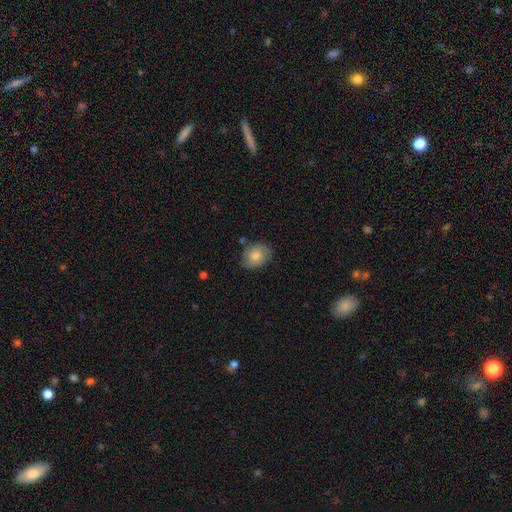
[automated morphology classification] Overall: smooth (71%). How rounded: in between (53%; round 46%). Merging: none (70%).